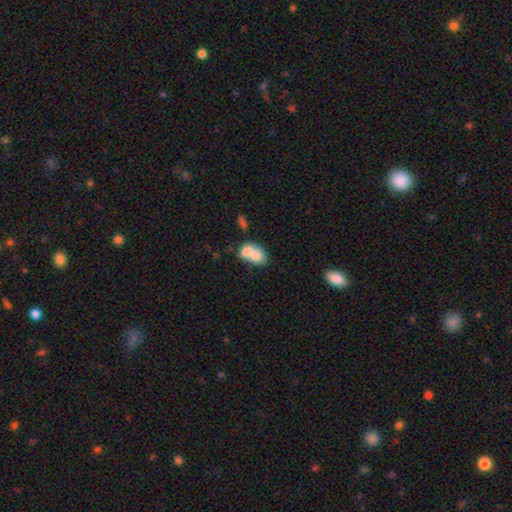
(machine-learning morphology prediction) This appears to be a smooth galaxy with no disk features (72%) that is in between round and cigar-shaped (71%). Merging: merger (71%).